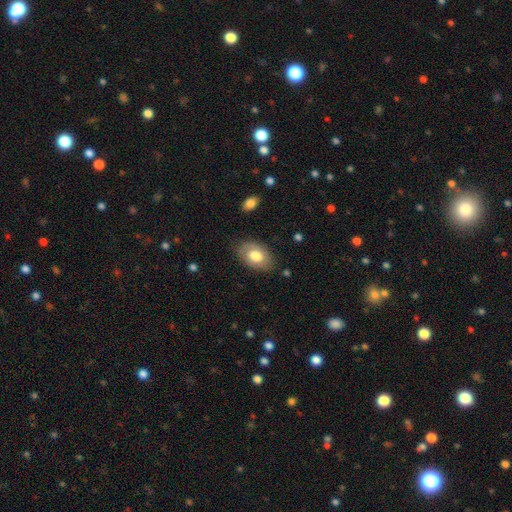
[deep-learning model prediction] smooth 70%, featured or disk 23%, star or artifact 6%. Down the decision tree: how rounded — in between (89%); merging — none (80%).